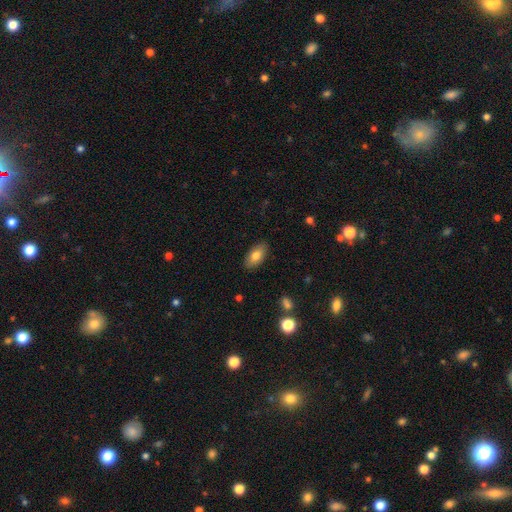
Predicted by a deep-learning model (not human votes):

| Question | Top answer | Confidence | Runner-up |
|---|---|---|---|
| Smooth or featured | smooth | 78% | featured or disk (15%) |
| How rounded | in between | 92% | cigar-shaped (4%) |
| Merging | none | 87% | minor disturbance (10%) |